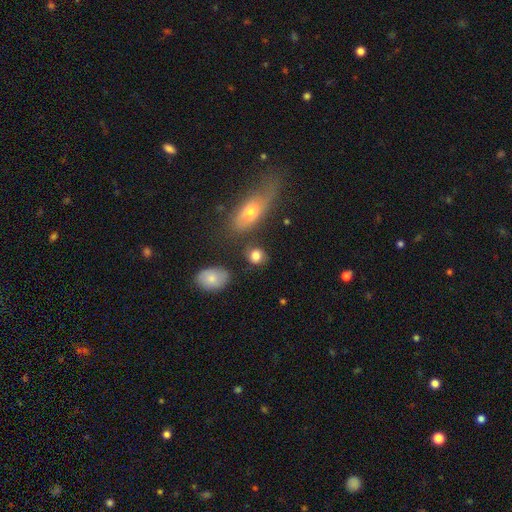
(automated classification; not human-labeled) A smooth galaxy with no disk features (81%) that is round (62%).

Vote fractions:
- Smooth or featured? smooth: 81% / star or artifact: 10% / featured or disk: 9%
- How rounded? round: 62% / in between: 36% / cigar-shaped: 2%
- Merging? none: 71% / minor disturbance: 14% / merger: 10% / major disturbance: 6%